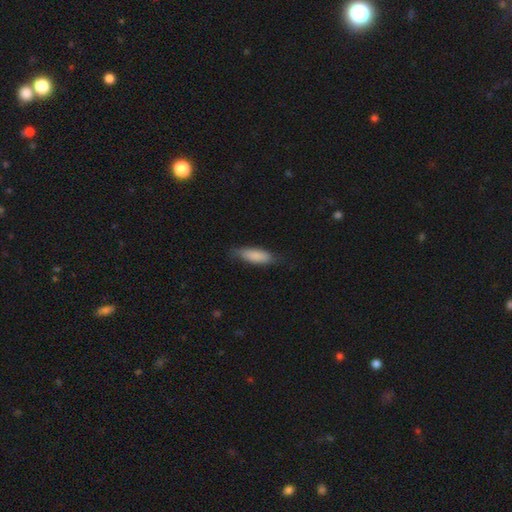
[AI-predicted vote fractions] Smooth or featured? smooth (85%)
How rounded? in between (59%)
Merging? none (75%)